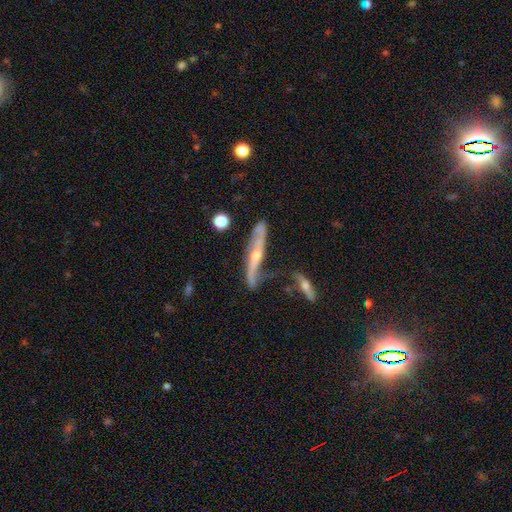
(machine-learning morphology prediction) Overall: featured or disk (77%). Edge-on disk: yes (63%; no 37%). Merging: none (58%; minor disturbance 22%).